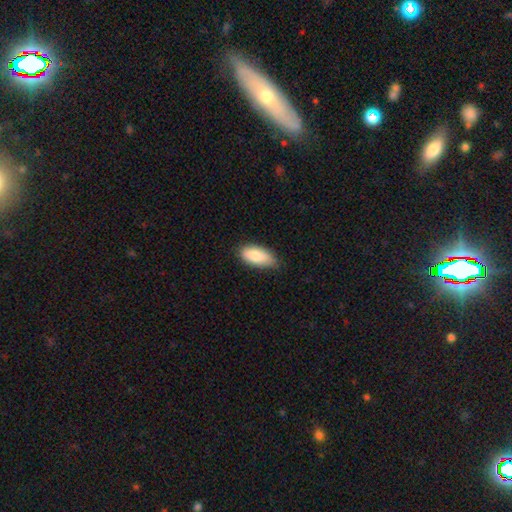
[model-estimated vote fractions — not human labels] smooth-or-featured: smooth: 84% | featured or disk: 10% | star or artifact: 7%
  how-rounded: in between: 89% | cigar-shaped: 8% | round: 2%
  merging: none: 76% | minor disturbance: 20% | major disturbance: 3% | merger: 1%